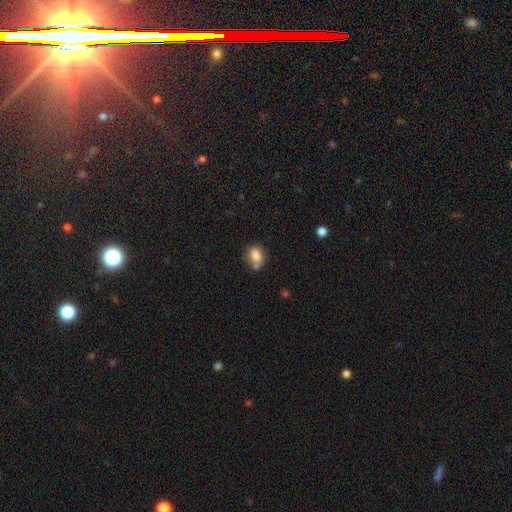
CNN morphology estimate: smooth_or_featured: smooth (p=0.78) [alt: featured or disk p=0.12]
how_rounded: in between (p=0.57) [alt: round p=0.42]
merging: none (p=0.49) [alt: merger p=0.29]